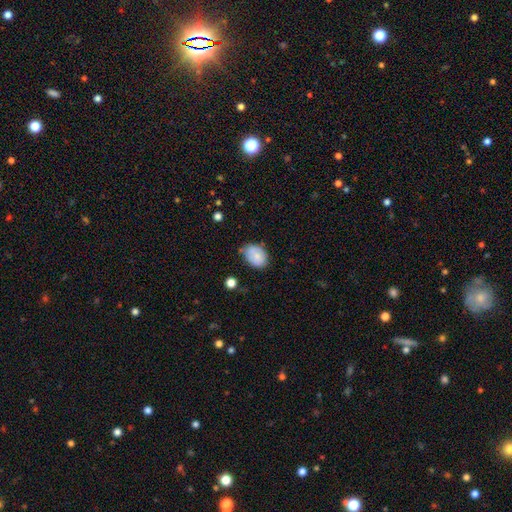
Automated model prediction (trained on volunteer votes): A smooth galaxy with no disk features (81%) that is in between round and cigar-shaped (76%). Merging: none (59%).